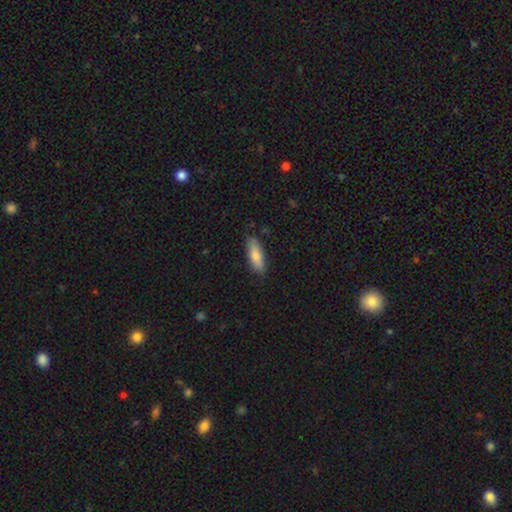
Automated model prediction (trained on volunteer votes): smooth_or_featured: smooth (p=0.80) [alt: featured or disk p=0.14]
how_rounded: in between (p=0.60) [alt: cigar-shaped p=0.38]
merging: none (p=0.83) [alt: minor disturbance p=0.13]